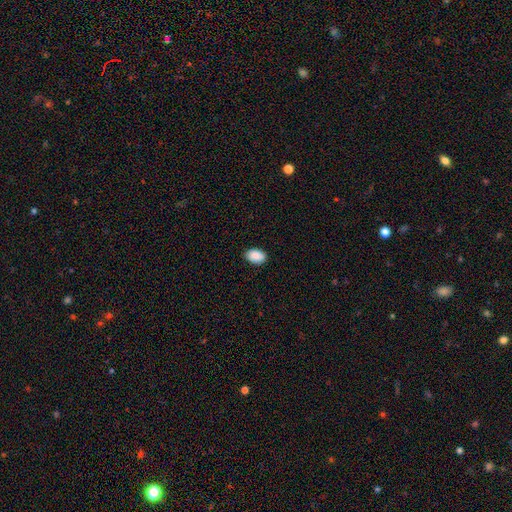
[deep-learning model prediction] smooth_or_featured: smooth (p=0.90) [alt: star or artifact p=0.07]
how_rounded: in between (p=0.87) [alt: round p=0.12]
merging: none (p=0.87) [alt: minor disturbance p=0.10]